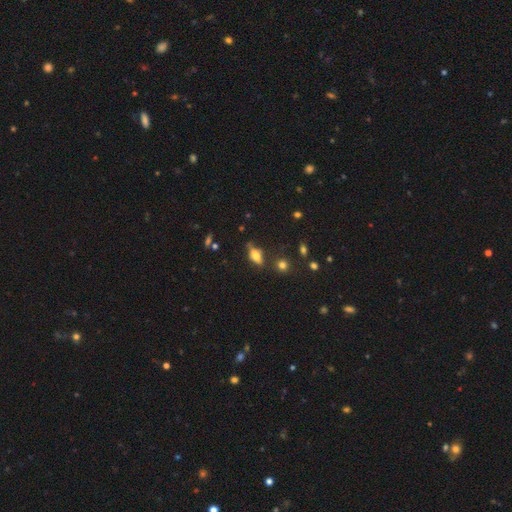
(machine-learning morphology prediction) Overall: smooth (54%; featured or disk 33%). How rounded: in between (76%). Merging: none (66%).